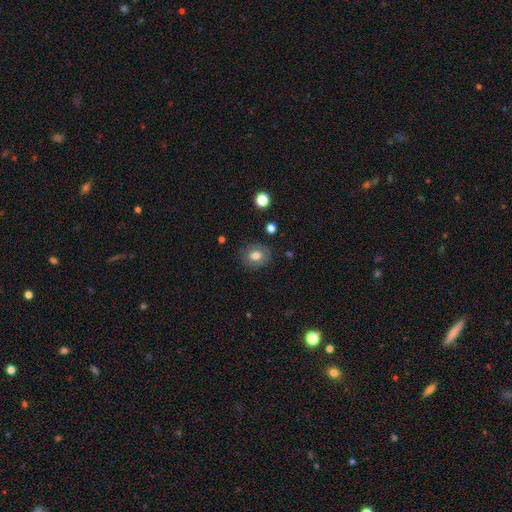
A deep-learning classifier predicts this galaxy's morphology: Q: Smooth or featured?
A: smooth (74%); runner-up: featured or disk (17%)
Q: How rounded?
A: round (54%); runner-up: in between (45%)
Q: Merging?
A: none (83%); runner-up: minor disturbance (12%)